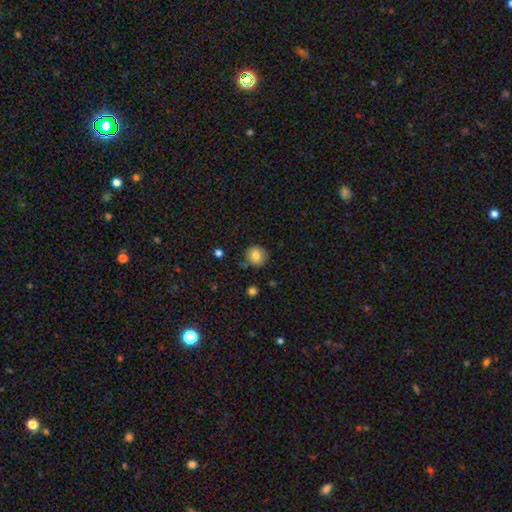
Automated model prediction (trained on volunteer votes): Q: Smooth or featured?
A: smooth (83%); runner-up: star or artifact (9%)
Q: How rounded?
A: round (77%); runner-up: in between (22%)
Q: Merging?
A: none (79%); runner-up: minor disturbance (15%)